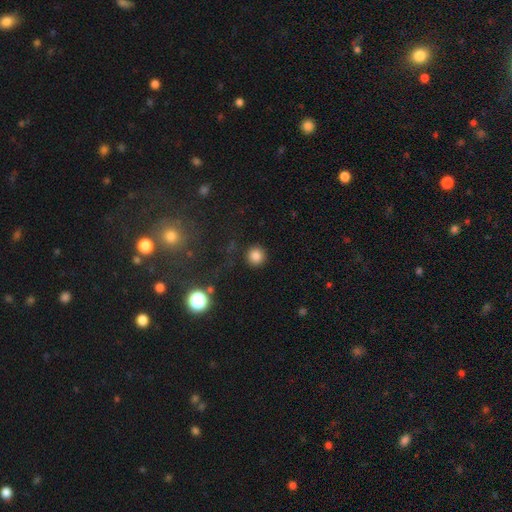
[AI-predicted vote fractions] smooth-or-featured: smooth: 82% | star or artifact: 13% | featured or disk: 5%
  how-rounded: round: 94% | in between: 5% | cigar-shaped: 1%
  merging: none: 90% | minor disturbance: 6% | major disturbance: 2% | merger: 2%